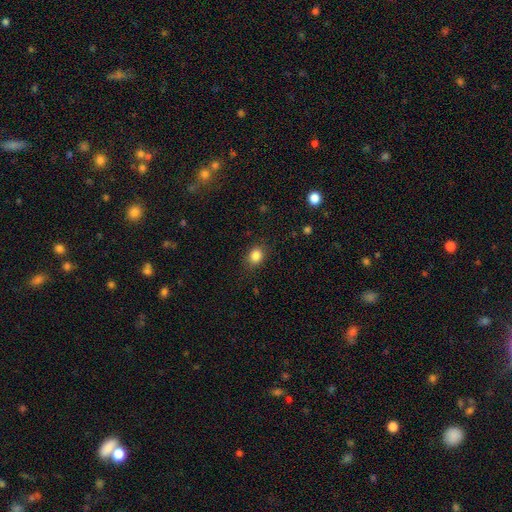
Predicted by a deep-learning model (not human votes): A smooth galaxy with no disk features (85%) that is round (51%). Merging: none (85%).